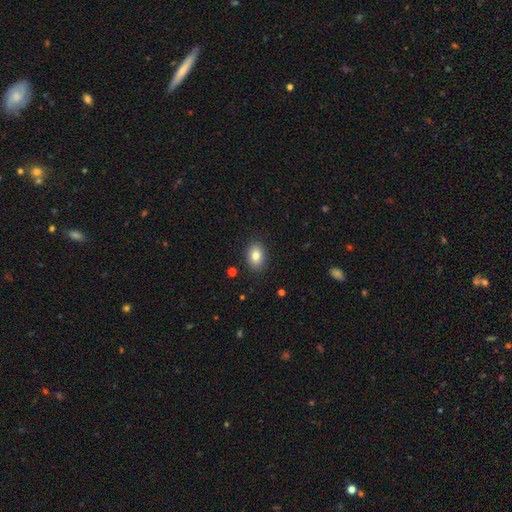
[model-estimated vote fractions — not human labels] Q: Smooth or featured?
A: smooth (82%); runner-up: featured or disk (9%)
Q: How rounded?
A: in between (75%); runner-up: round (24%)
Q: Merging?
A: none (88%); runner-up: minor disturbance (8%)